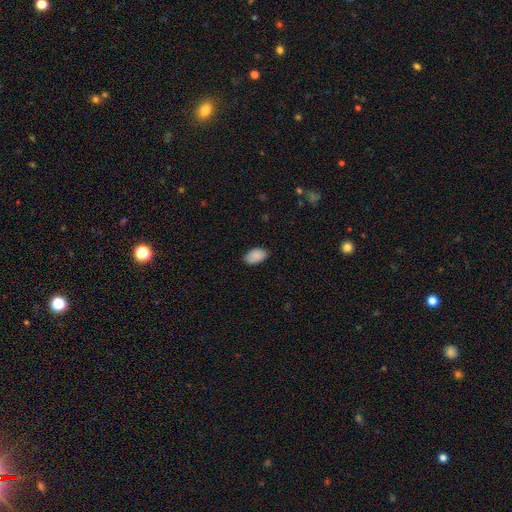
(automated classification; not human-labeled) This appears to be a smooth galaxy with no disk features (89%) that is in between round and cigar-shaped (94%). Merging: none (83%).